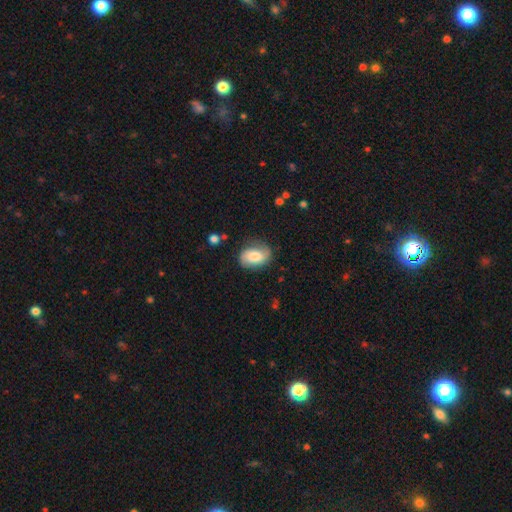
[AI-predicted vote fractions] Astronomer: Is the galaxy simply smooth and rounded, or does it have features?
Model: smooth — 62%.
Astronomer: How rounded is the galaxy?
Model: in between — 77%.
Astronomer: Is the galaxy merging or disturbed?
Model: none — 73%.